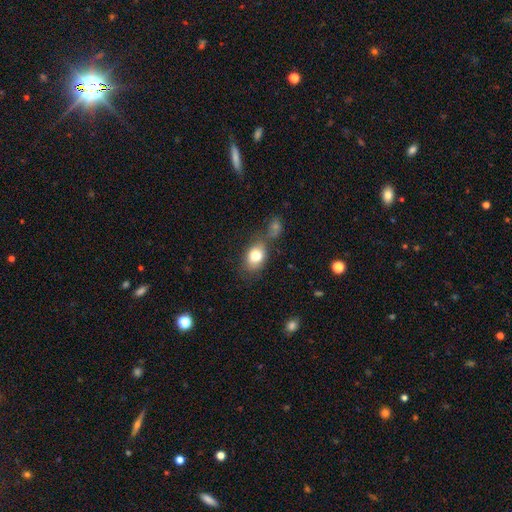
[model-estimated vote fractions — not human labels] smooth_or_featured: smooth (p=0.81) [alt: featured or disk p=0.11]
how_rounded: in between (p=0.71) [alt: round p=0.28]
merging: none (p=0.52) [alt: minor disturbance p=0.21]